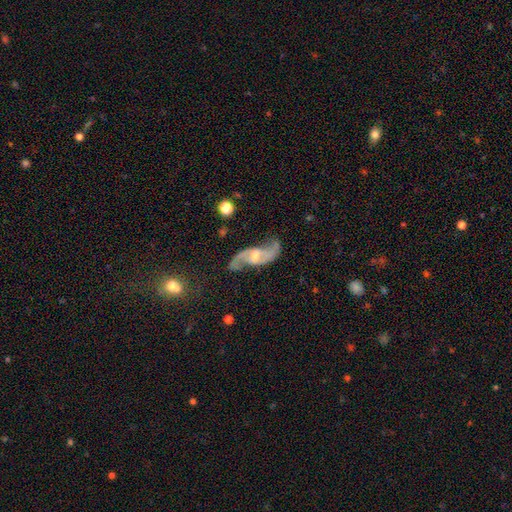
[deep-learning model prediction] Smooth or featured: featured or disk — 89% (smooth — 6%)
Edge-on disk: no — 95% (yes — 5%)
Bar: weak — 44% (no — 40%)
Spiral arms: yes — 96% (no — 4%)
Spiral winding: loose — 65% (medium — 28%)
Spiral arm count: 2 — 93% (can't tell — 2%)
Bulge size: moderate — 50% (small — 43%)
Merging: none — 71% (minor disturbance — 17%)